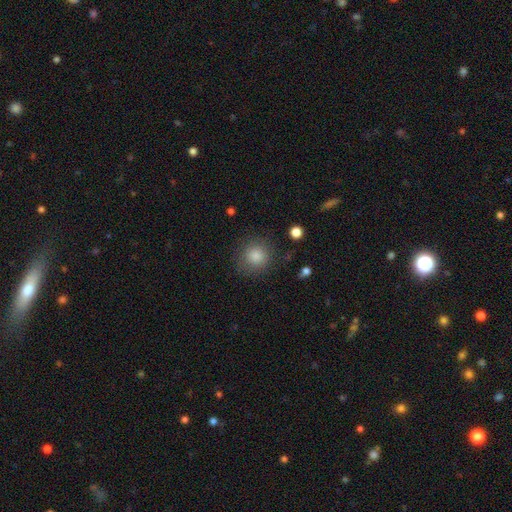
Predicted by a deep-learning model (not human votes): A smooth galaxy with no disk features (82%) that is round (91%). Merging: none (85%).